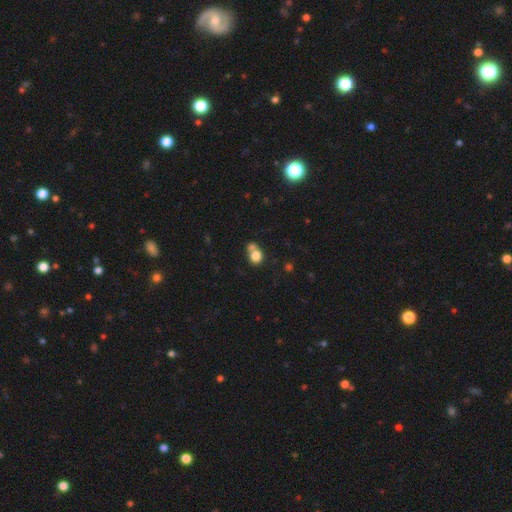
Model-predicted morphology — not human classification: smooth 79%, star or artifact 11%, featured or disk 10%. Down the decision tree: how rounded — round (75%); merging — merger (45%).